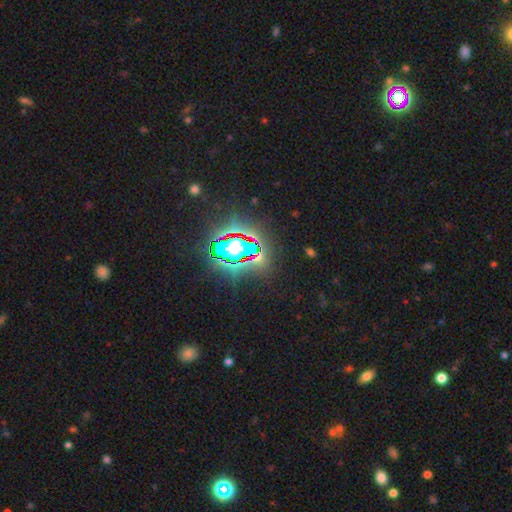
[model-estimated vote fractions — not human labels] star or artifact 76%, smooth 14%, featured or disk 10%.